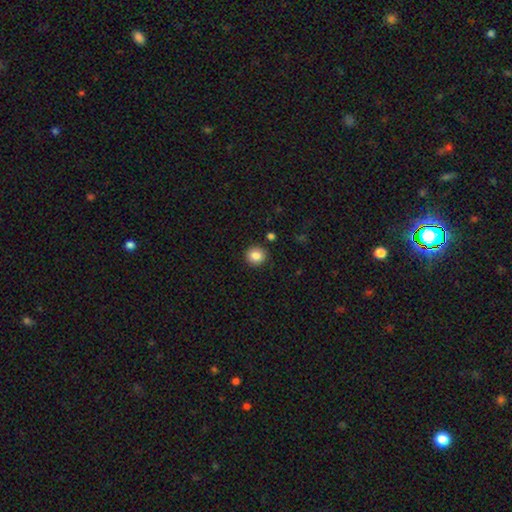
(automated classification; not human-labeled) Smooth or featured? smooth (85%)
How rounded? round (89%)
Merging? none (90%)